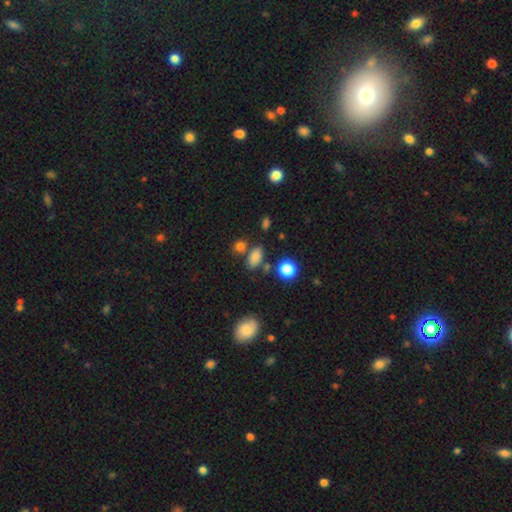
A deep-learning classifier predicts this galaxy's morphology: Q: Smooth or featured?
A: smooth (79%); runner-up: star or artifact (14%)
Q: How rounded?
A: in between (83%); runner-up: round (13%)
Q: Merging?
A: none (68%); runner-up: minor disturbance (14%)